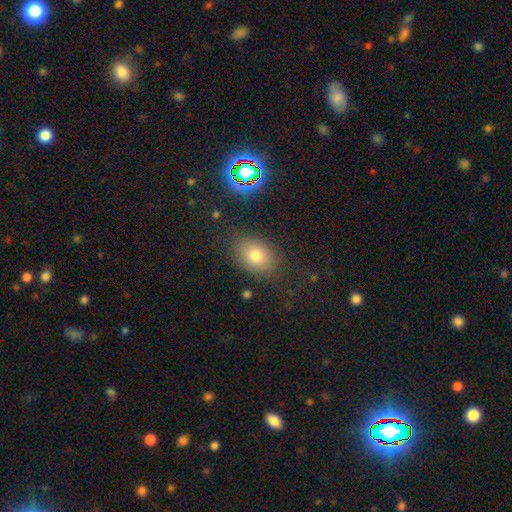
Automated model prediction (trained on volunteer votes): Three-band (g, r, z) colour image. It shows a smooth galaxy with no disk features (73%) that is in between round and cigar-shaped (70%). Merging: none (82%).